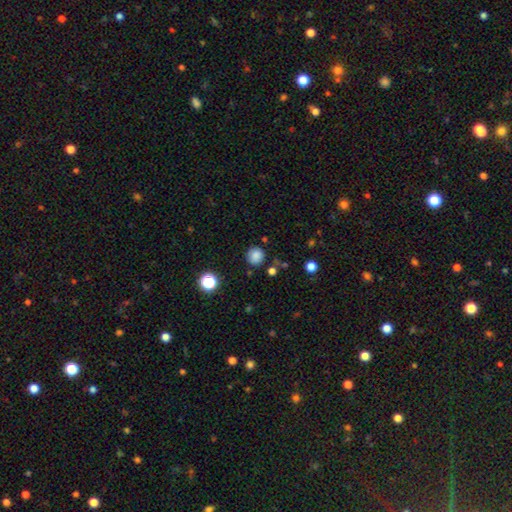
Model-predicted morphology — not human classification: Smooth or featured: smooth — 84% (star or artifact — 12%)
How rounded: round — 89% (in between — 10%)
Merging: none — 83% (minor disturbance — 11%)